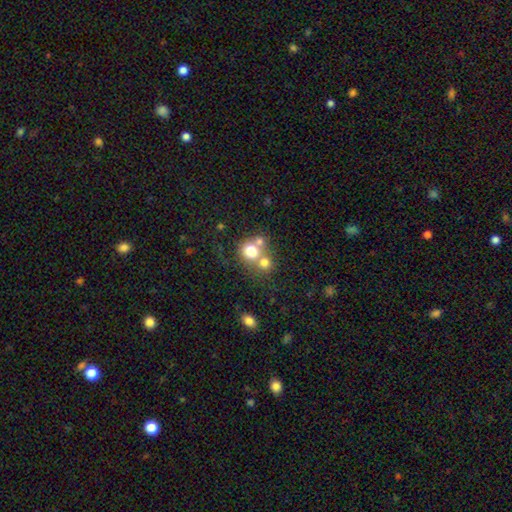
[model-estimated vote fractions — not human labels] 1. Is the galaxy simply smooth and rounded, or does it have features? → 64% smooth, 21% star or artifact, 15% featured or disk.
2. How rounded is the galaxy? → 82% round, 17% in between, 1% cigar-shaped.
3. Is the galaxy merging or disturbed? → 46% merger, 43% none, 7% minor disturbance, 4% major disturbance.